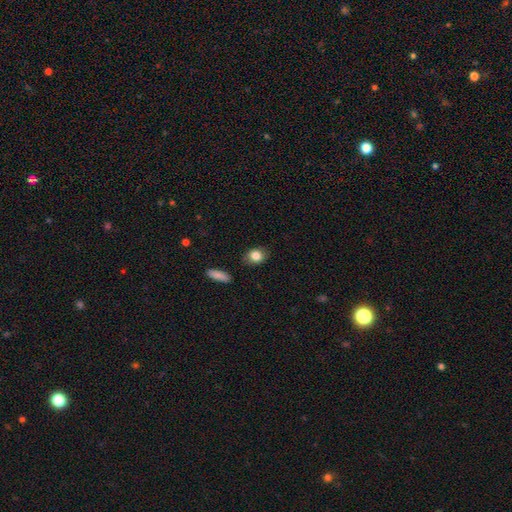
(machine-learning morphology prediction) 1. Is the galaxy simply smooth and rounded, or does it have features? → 83% smooth, 8% featured or disk, 8% star or artifact.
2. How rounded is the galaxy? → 63% in between, 35% round, 2% cigar-shaped.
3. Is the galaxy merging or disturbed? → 85% none, 11% minor disturbance, 2% major disturbance, 2% merger.